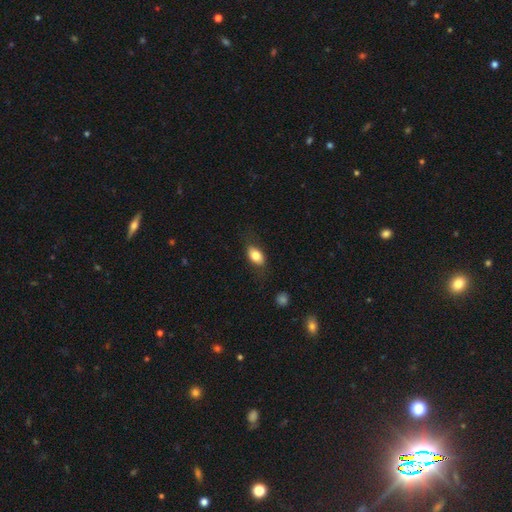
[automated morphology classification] smooth-or-featured: smooth: 79% | featured or disk: 13% | star or artifact: 7%
  how-rounded: in between: 87% | round: 10% | cigar-shaped: 3%
  merging: none: 76% | minor disturbance: 16% | major disturbance: 7% | merger: 1%